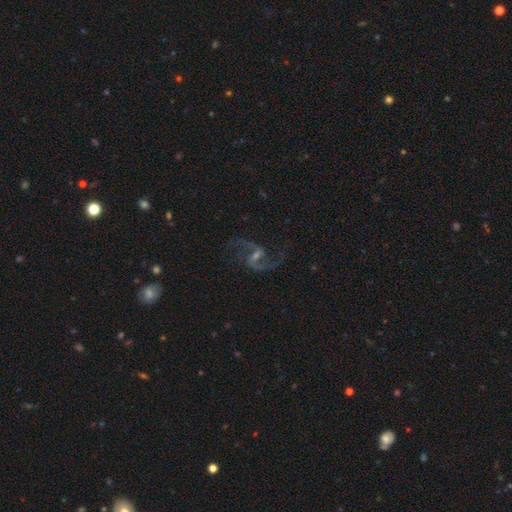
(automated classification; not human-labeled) Overall: featured or disk (89%). Edge-on disk: no (98%). Bar: weak (51%; strong 28%). Spiral arms: yes (97%). Spiral arm count: 2 (93%). Spiral winding: loose (60%; medium 34%). Bulge size: small (55%; moderate 29%). Merging: none (77%).